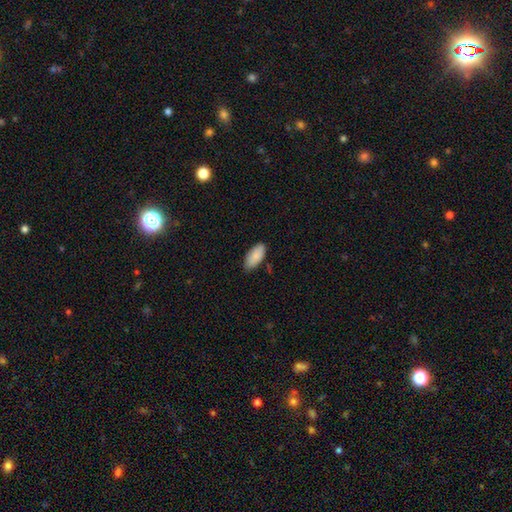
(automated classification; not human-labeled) A smooth galaxy with no disk features (88%) that is in between round and cigar-shaped (93%). Merging: none (77%).